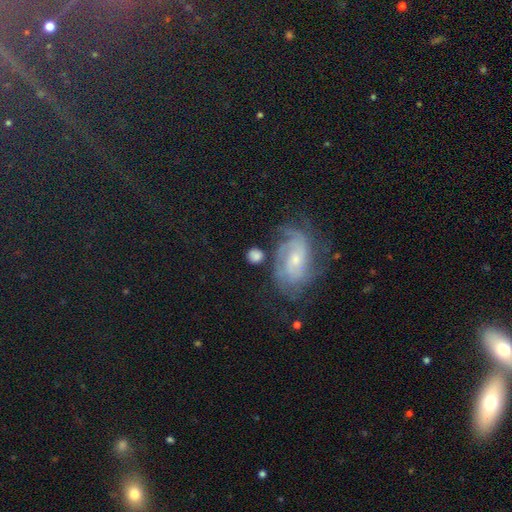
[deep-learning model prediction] Smooth or featured: smooth — 59% (featured or disk — 31%)
How rounded: round — 72% (in between — 26%)
Merging: none — 68% (minor disturbance — 15%)